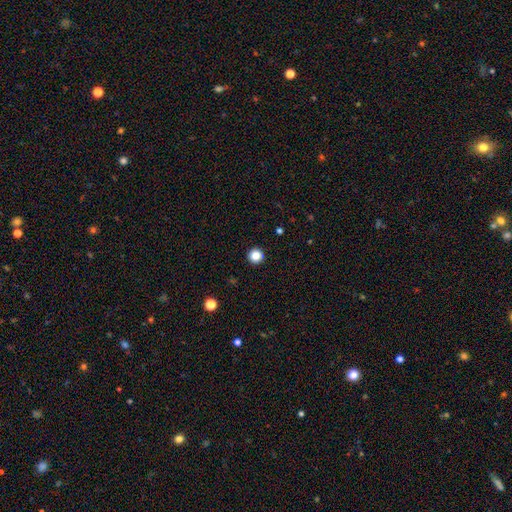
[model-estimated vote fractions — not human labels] smooth-or-featured: smooth: 85% | star or artifact: 11% | featured or disk: 4%
  how-rounded: round: 96% | in between: 3% | cigar-shaped: 1%
  merging: none: 94% | minor disturbance: 4% | major disturbance: 1% | merger: 1%